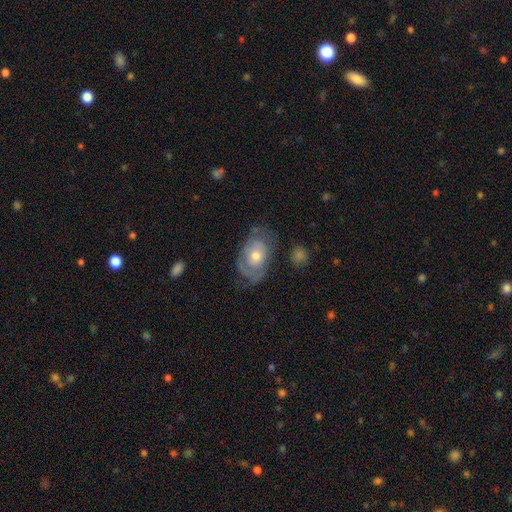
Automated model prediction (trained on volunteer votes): This is possibly a featured or disk galaxy (58%). It is clearly not viewed edge-on (94%). Bar: clearly no (83%). Spiral arm pattern: likely yes (64%). Central bulge: likely moderate (63%). Merging: possibly none (57%).